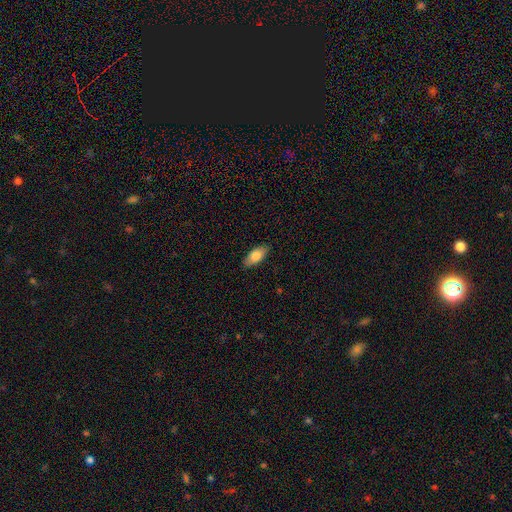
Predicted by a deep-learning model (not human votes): smooth-or-featured: smooth: 79% | featured or disk: 14% | star or artifact: 6%
  how-rounded: in between: 88% | cigar-shaped: 10% | round: 2%
  merging: none: 87% | minor disturbance: 10% | major disturbance: 2% | merger: 1%